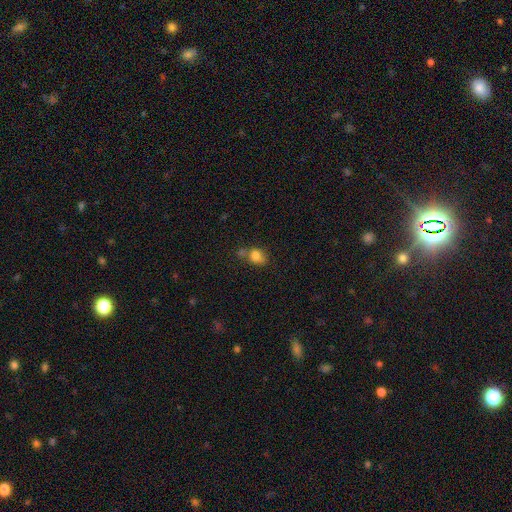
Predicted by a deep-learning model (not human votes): A smooth galaxy with no disk features (81%) that is in between round and cigar-shaped (53%).

Vote fractions:
- Smooth or featured? smooth: 81% / star or artifact: 11% / featured or disk: 8%
- How rounded? in between: 53% / round: 45% / cigar-shaped: 1%
- Merging? none: 49% / merger: 25% / minor disturbance: 19% / major disturbance: 7%